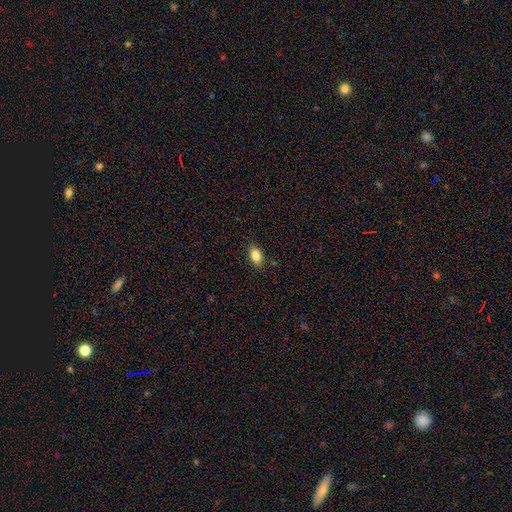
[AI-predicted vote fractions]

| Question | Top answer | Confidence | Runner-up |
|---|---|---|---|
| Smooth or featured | smooth | 86% | star or artifact (8%) |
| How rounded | in between | 86% | round (11%) |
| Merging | none | 87% | minor disturbance (10%) |